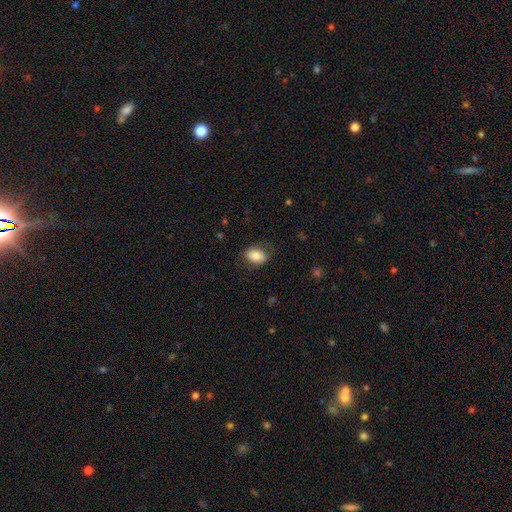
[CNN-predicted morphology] Smooth or featured? Predicted: smooth (p=0.84). How rounded? Predicted: in between (p=0.84). Merging? Predicted: none (p=0.77).